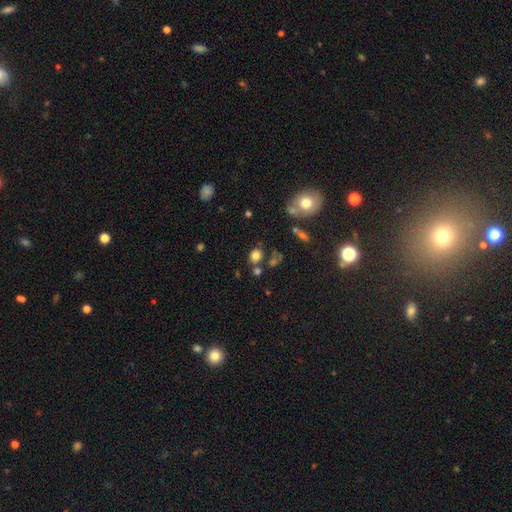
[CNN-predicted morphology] Overall: smooth (77%). How rounded: round (68%; in between 30%). Merging: none (68%).